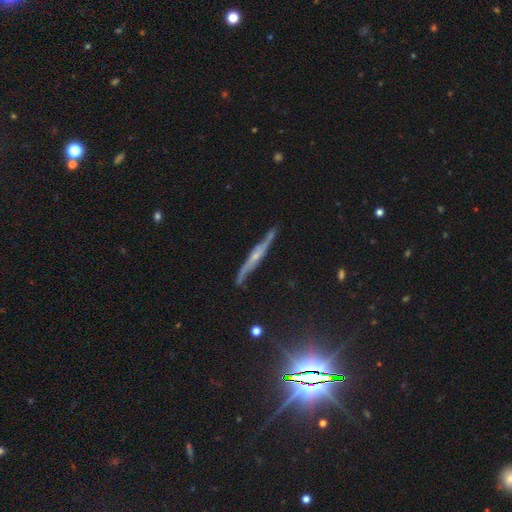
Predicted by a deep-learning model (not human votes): Overall: featured or disk (72%). Edge-on disk: yes (83%). Edge-on bulge: rounded (55%; none 36%). Merging: none (75%).